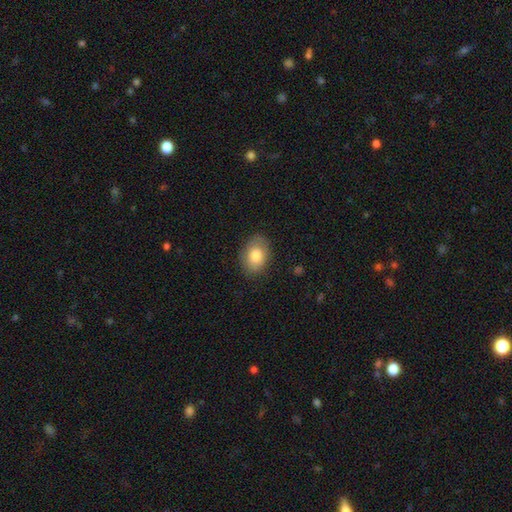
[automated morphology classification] A smooth galaxy with no disk features (80%) that is in between round and cigar-shaped (78%). Merging: none (82%).